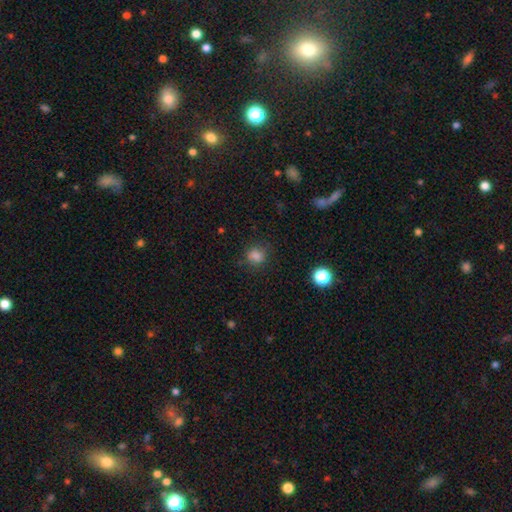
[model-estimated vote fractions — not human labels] A smooth galaxy with no disk features (81%) that is round (80%). Merging: none (80%).